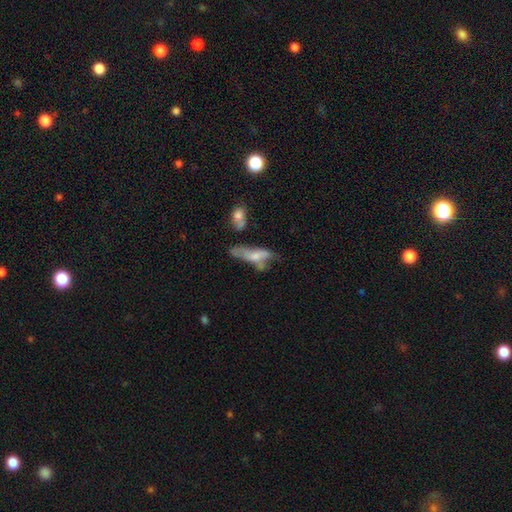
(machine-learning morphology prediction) smooth 50%, featured or disk 41%, star or artifact 9%. Down the decision tree: merging — none (28%).